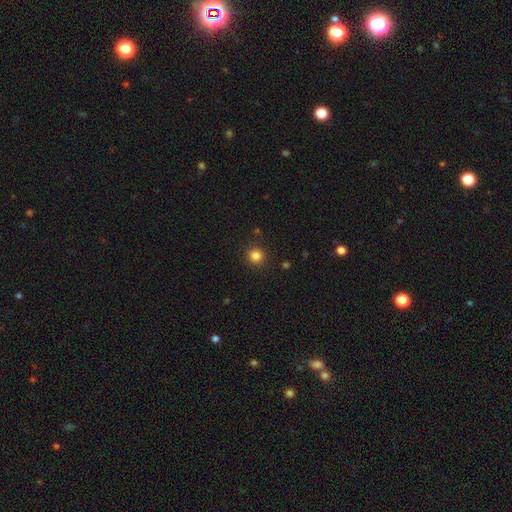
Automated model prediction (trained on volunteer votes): Morphology: type=smooth (83%); roundness=round (90%); merging=none (90%).